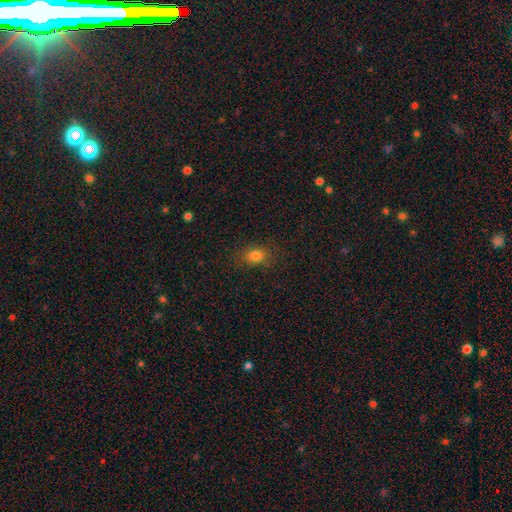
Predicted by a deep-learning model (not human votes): A smooth galaxy with no disk features (81%) that is in between round and cigar-shaped (58%). Merging: none (84%).